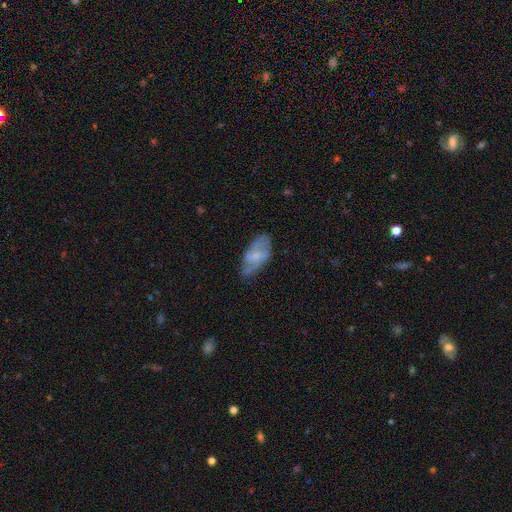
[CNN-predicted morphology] A featured or disk galaxy (50%).

Vote fractions:
- Smooth or featured? featured or disk: 50% / smooth: 42% / star or artifact: 7%
- Edge-on disk? no: 92% / yes: 8%
- Merging? none: 55% / minor disturbance: 31% / major disturbance: 12% / merger: 2%